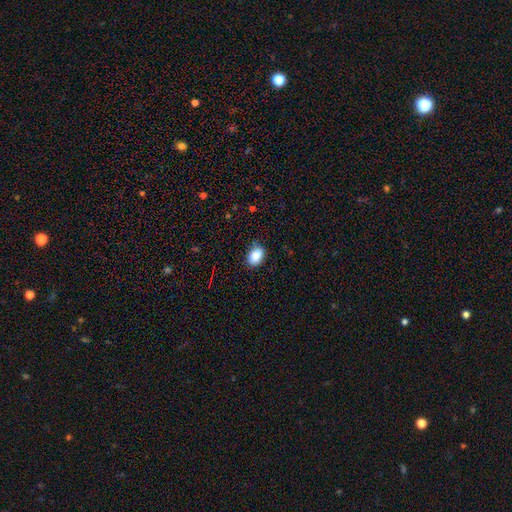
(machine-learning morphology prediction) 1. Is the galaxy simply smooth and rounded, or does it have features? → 86% smooth, 8% star or artifact, 6% featured or disk.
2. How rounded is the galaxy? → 79% in between, 19% round, 1% cigar-shaped.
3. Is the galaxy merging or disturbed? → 83% none, 14% minor disturbance, 2% major disturbance, 1% merger.